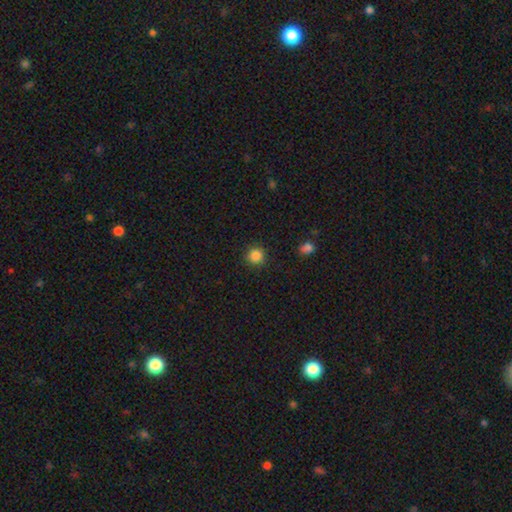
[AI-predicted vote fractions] The model was most divided on "smooth or featured": smooth: 85%, star or artifact: 11%, featured or disk: 4%. More confident: how rounded — round (94%); merging — none (90%).